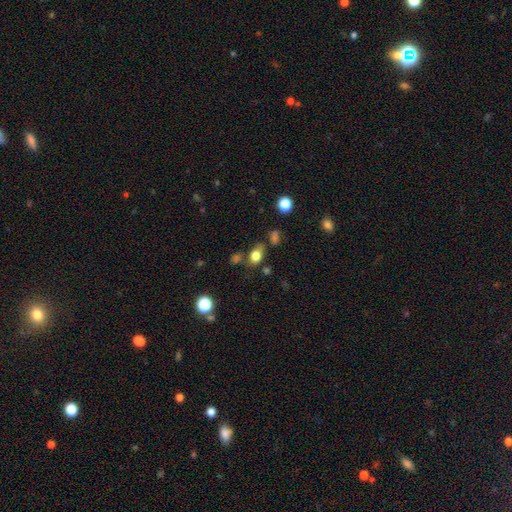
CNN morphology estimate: Smooth or featured?
  - smooth: 78% *
  - star or artifact: 12%
  - featured or disk: 10%
How rounded?
  - in between: 74% *
  - round: 23%
  - cigar-shaped: 2%
Merging?
  - none: 65% *
  - minor disturbance: 19%
  - merger: 9%
  - major disturbance: 7%